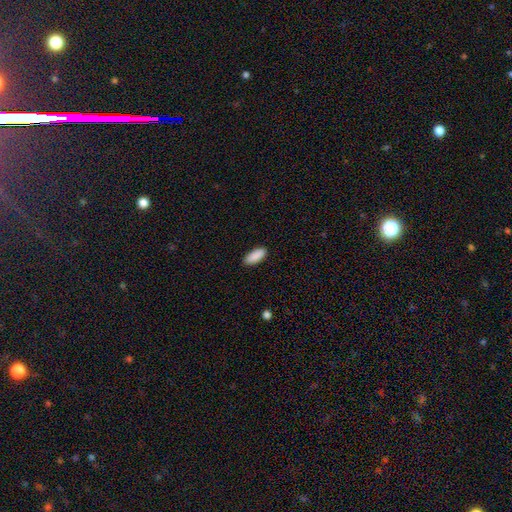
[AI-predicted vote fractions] This appears to be a smooth galaxy with no disk features (91%) that is in between round and cigar-shaped (83%). Merging: none (88%).